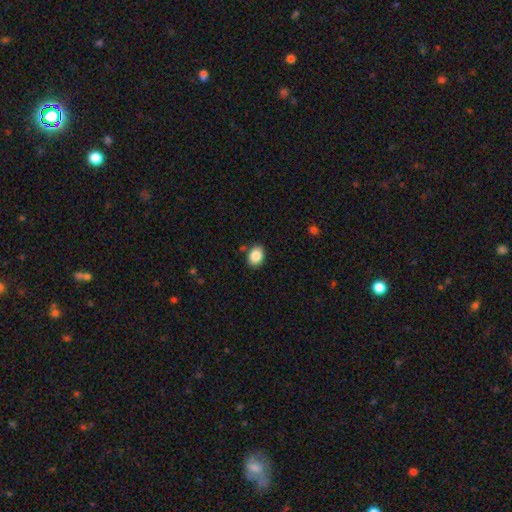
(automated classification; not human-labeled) The model was most divided on "how rounded": in between: 64%, round: 35%, cigar-shaped: 1%. More confident: smooth or featured — smooth (87%); merging — none (84%).